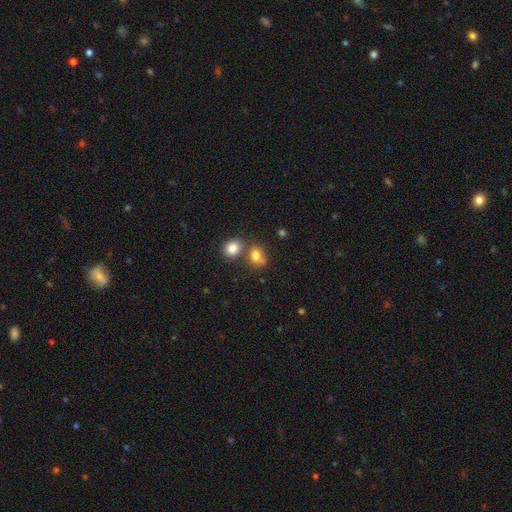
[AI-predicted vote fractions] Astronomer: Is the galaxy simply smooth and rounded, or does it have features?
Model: smooth — 80%.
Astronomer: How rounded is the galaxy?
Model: round — 52% (runner-up: in between, 46%).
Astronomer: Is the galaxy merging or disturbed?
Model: none — 51% (runner-up: merger, 30%).